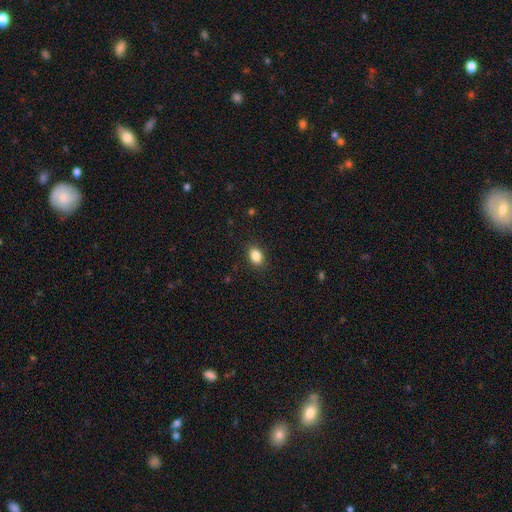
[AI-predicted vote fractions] smooth_or_featured: smooth (p=0.86) [alt: star or artifact p=0.09]
how_rounded: in between (p=0.78) [alt: round p=0.21]
merging: none (p=0.88) [alt: minor disturbance p=0.08]